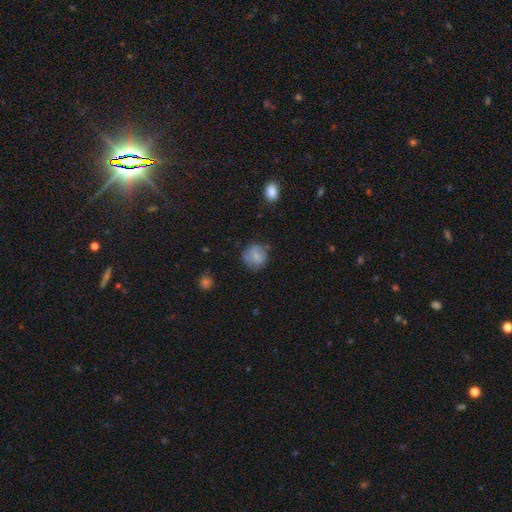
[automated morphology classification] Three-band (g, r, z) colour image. It shows a smooth galaxy with no disk features (71%) that is round (87%). Merging: none (70%).